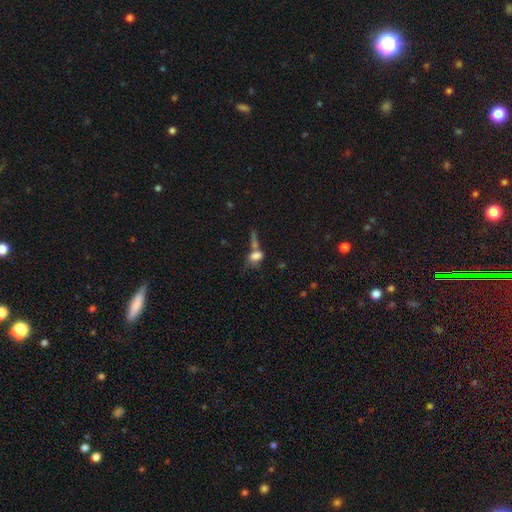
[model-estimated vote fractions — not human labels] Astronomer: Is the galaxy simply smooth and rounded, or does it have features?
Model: smooth — 70%.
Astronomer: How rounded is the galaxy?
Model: in between — 75%.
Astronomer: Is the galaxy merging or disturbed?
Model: merger — 45% (runner-up: none, 23%).